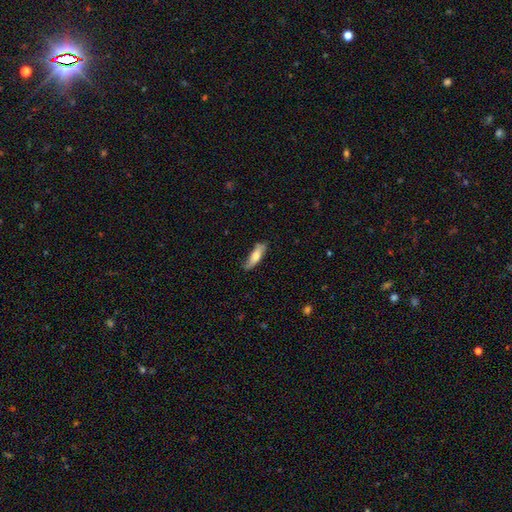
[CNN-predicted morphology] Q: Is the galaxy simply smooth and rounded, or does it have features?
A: smooth — 69%.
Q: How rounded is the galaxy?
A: cigar-shaped — 54%.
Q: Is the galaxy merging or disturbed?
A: none — 71%.